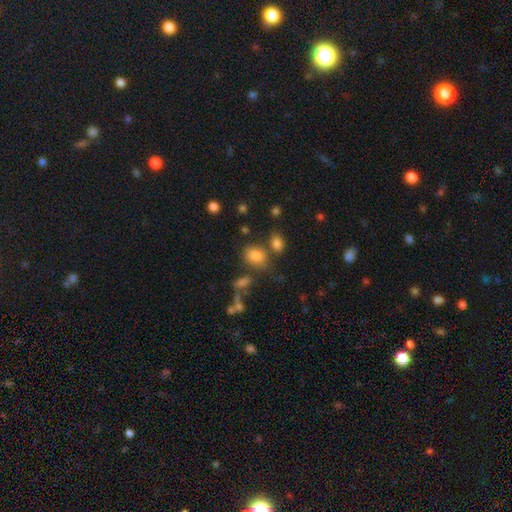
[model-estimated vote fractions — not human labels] The model was most divided on "how rounded": in between: 68%, round: 31%, cigar-shaped: 1%. More confident: smooth or featured — smooth (80%); merging — none (63%).